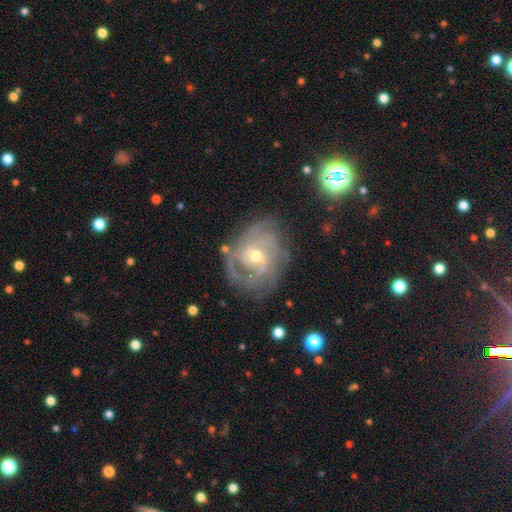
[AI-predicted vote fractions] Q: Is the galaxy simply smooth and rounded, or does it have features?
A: featured or disk — 88%.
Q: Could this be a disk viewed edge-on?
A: no — 97%.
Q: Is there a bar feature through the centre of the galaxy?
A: no — 47%.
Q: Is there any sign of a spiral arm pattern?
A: yes — 97%.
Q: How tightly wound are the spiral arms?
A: tight — 64%.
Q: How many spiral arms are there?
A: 3 — 29%.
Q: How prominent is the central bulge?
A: moderate — 53%.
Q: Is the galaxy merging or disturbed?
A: none — 71%.